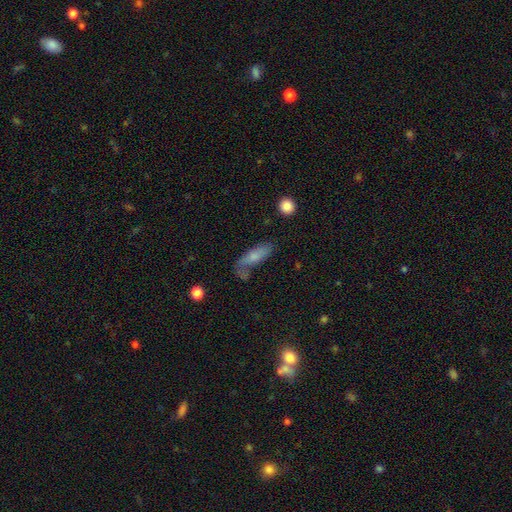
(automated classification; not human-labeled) Smooth or featured?
  - smooth: 71% *
  - featured or disk: 21%
  - star or artifact: 8%
How rounded?
  - in between: 60% *
  - cigar-shaped: 37%
  - round: 3%
Merging?
  - none: 40% *
  - minor disturbance: 27%
  - major disturbance: 23%
  - merger: 10%